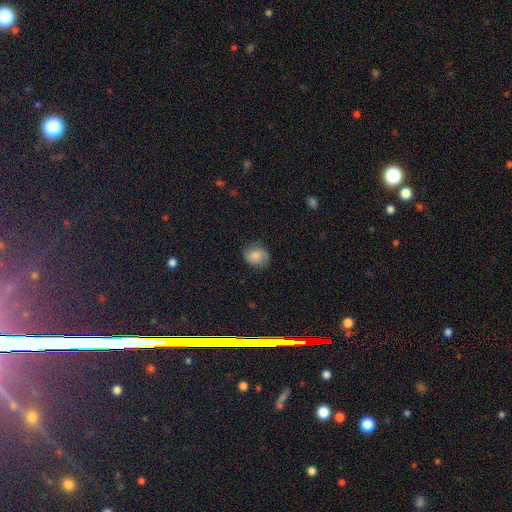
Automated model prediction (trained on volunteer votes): smooth-or-featured: smooth: 76% | featured or disk: 15% | star or artifact: 9%
  how-rounded: round: 59% | in between: 40% | cigar-shaped: 1%
  merging: none: 76% | minor disturbance: 18% | major disturbance: 5% | merger: 1%